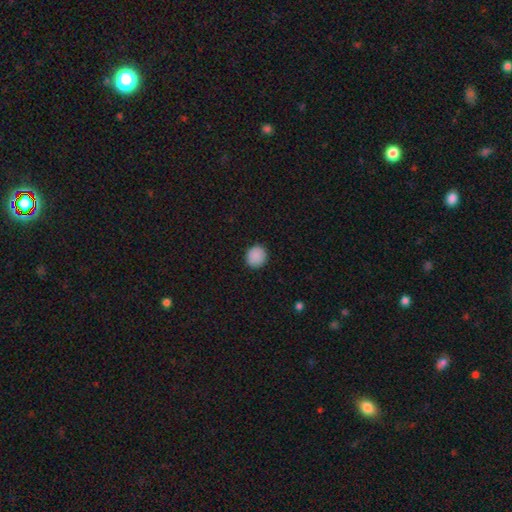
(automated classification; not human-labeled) smooth_or_featured: smooth (p=0.89) [alt: star or artifact p=0.08]
how_rounded: round (p=0.86) [alt: in between p=0.13]
merging: none (p=0.91) [alt: minor disturbance p=0.06]